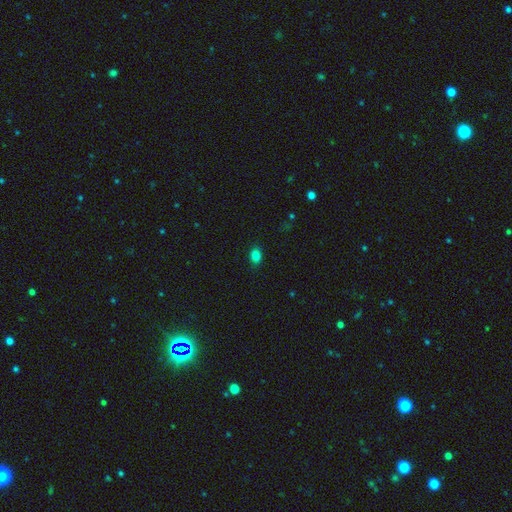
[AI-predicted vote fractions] smooth 83%, star or artifact 12%, featured or disk 5%. Down the decision tree: how rounded — in between (77%); merging — none (87%).